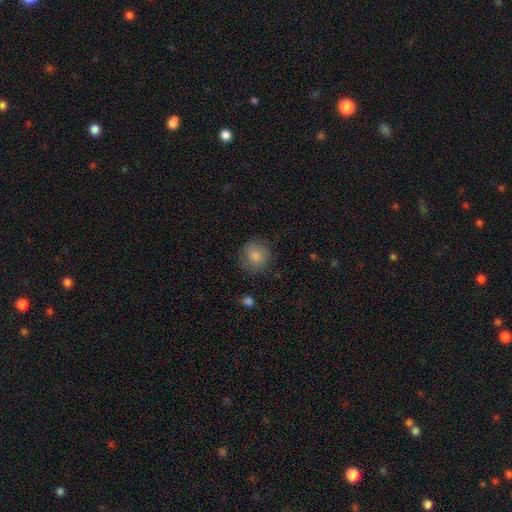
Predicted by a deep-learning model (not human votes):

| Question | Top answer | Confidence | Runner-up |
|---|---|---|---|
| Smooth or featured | smooth | 83% | featured or disk (9%) |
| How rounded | round | 86% | in between (13%) |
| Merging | none | 80% | minor disturbance (14%) |